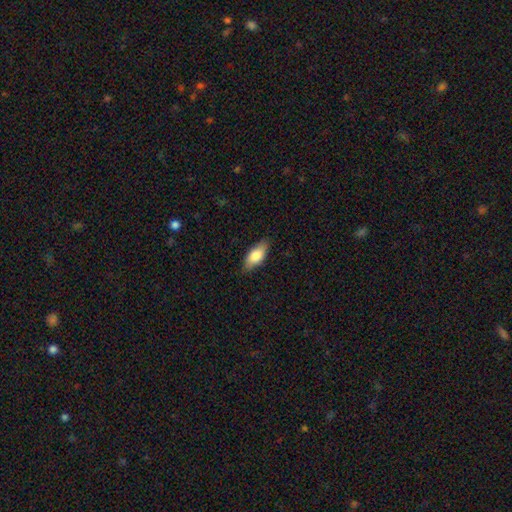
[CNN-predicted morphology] Overall: smooth (79%). How rounded: in between (82%). Merging: none (82%).